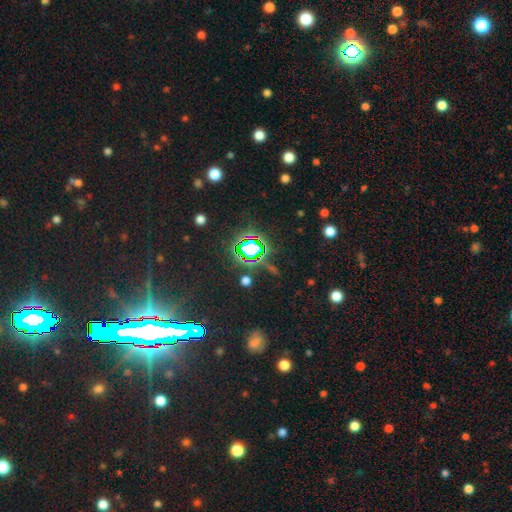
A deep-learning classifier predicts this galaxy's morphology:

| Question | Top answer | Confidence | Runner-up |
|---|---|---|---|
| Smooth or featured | star or artifact | 75% | smooth (15%) |